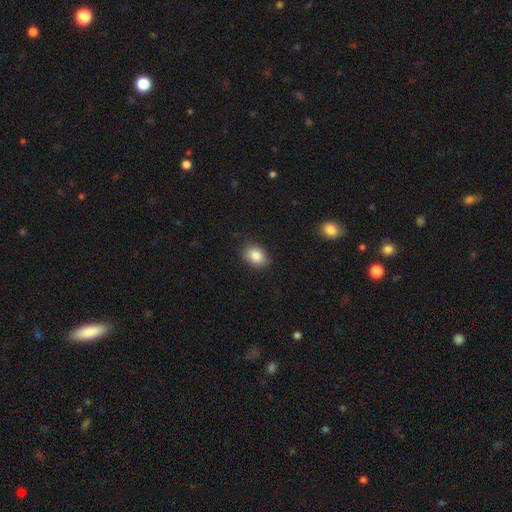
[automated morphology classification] smooth 85%, star or artifact 9%, featured or disk 6%. Down the decision tree: how rounded — in between (62%); merging — none (82%).